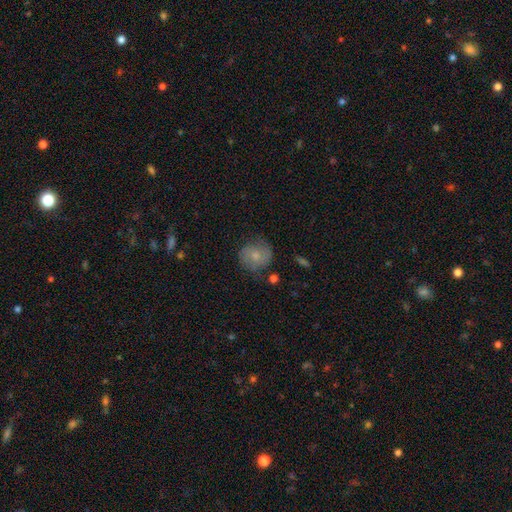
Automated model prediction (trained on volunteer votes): smooth 58%, featured or disk 34%, star or artifact 9%. Down the decision tree: how rounded — round (83%); merging — none (71%).